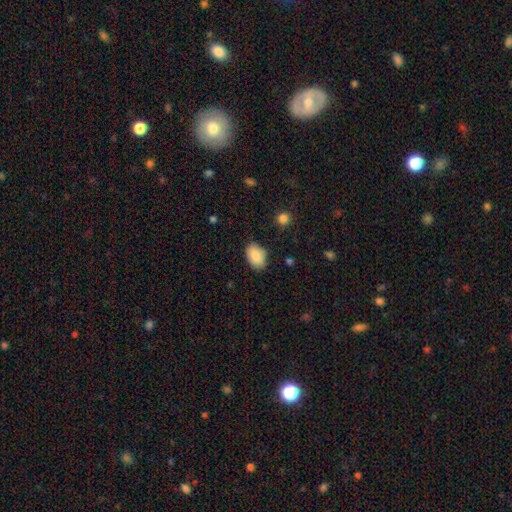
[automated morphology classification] Smooth or featured? Predicted: smooth (p=0.87). How rounded? Predicted: in between (p=0.84). Merging? Predicted: none (p=0.82).